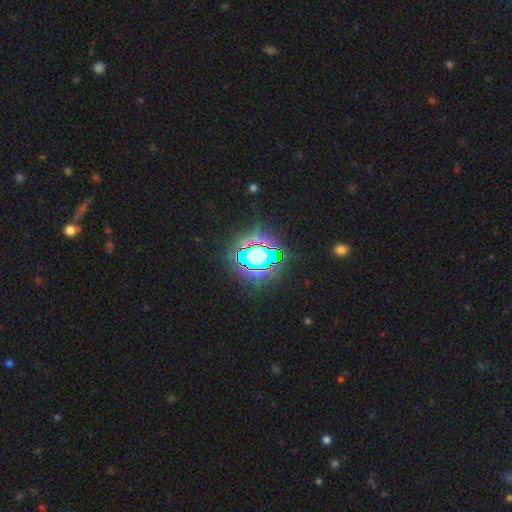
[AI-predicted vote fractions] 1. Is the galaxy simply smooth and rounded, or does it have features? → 66% star or artifact, 20% smooth, 14% featured or disk.